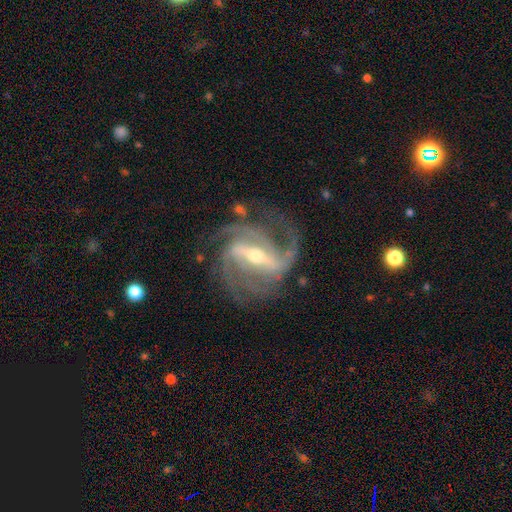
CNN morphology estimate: type=featured or disk (92%); edge-on=no (96%); bar=strong (71%); spiral arms=yes (98%); winding=medium (54%); arm count=3 (37%); bulge=small (48%); merging=none (70%).